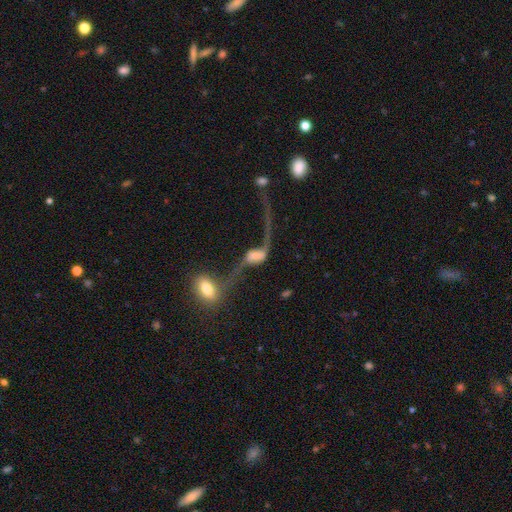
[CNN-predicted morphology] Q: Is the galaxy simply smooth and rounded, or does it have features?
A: featured or disk — 67%.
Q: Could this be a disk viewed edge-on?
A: no — 89%.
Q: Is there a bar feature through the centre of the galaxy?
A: no — 48%.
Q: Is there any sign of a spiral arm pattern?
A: yes — 75%.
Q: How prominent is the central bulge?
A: moderate — 25%.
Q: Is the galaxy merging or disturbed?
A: merger — 47%.